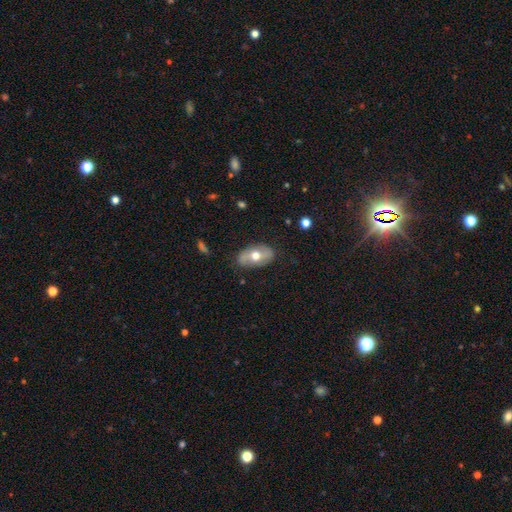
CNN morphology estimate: A smooth galaxy with no disk features (51%) that is in between round and cigar-shaped (90%).

Vote fractions:
- Smooth or featured? smooth: 51% / featured or disk: 42% / star or artifact: 6%
- How rounded? in between: 90% / round: 7% / cigar-shaped: 2%
- Merging? none: 79% / minor disturbance: 16% / major disturbance: 4% / merger: 1%